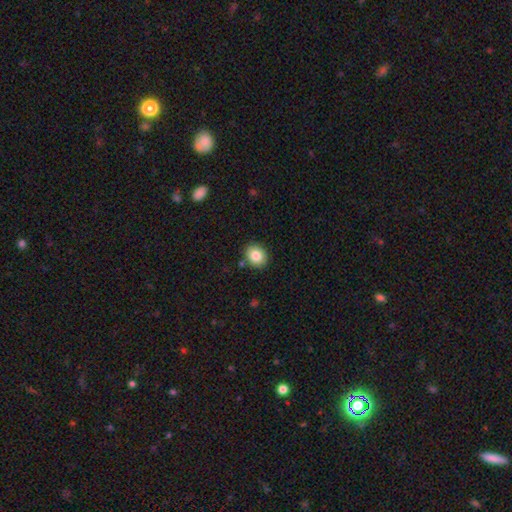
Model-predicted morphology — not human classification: Smooth or featured? smooth (84%)
How rounded? round (61%)
Merging? none (86%)